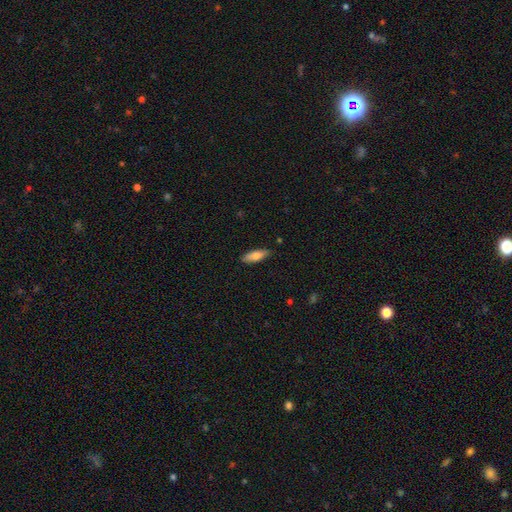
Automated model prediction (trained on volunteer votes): smooth-or-featured: smooth: 74% | featured or disk: 19% | star or artifact: 6%
  how-rounded: in between: 59% | cigar-shaped: 39% | round: 2%
  merging: none: 84% | minor disturbance: 12% | major disturbance: 2% | merger: 1%